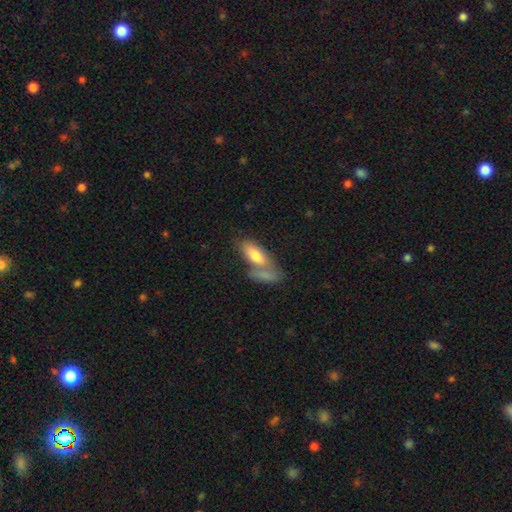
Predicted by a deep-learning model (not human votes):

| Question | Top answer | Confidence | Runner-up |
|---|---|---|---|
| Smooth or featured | smooth | 76% | featured or disk (18%) |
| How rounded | in between | 76% | cigar-shaped (21%) |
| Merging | merger | 44% | none (36%) |